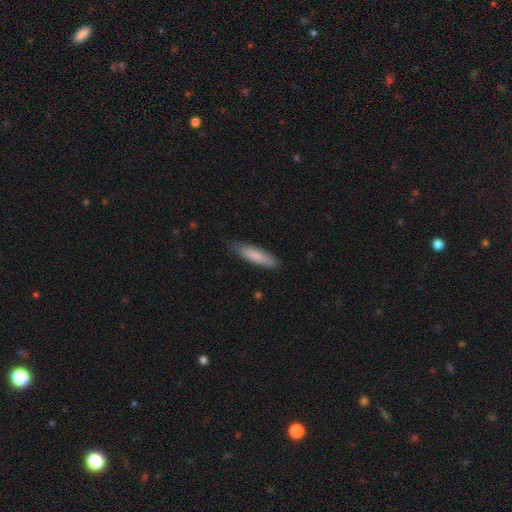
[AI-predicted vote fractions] This is clearly a smooth galaxy (82%). How rounded: likely cigar-shaped (75%). Merging: clearly none (80%).